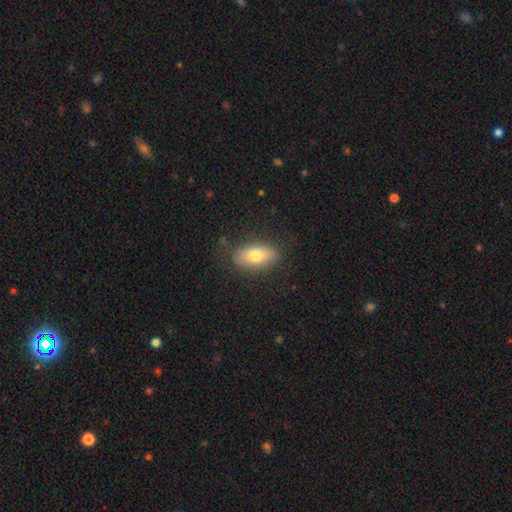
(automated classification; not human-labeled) smooth 73%, featured or disk 20%, star or artifact 7%. Down the decision tree: how rounded — in between (87%); merging — none (82%).